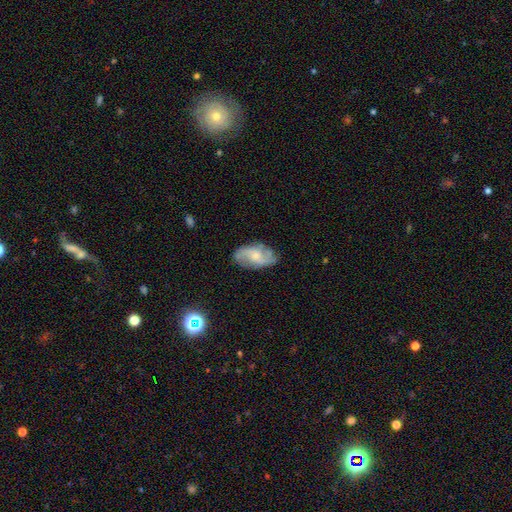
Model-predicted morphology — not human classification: featured or disk 69%, smooth 24%, star or artifact 7%. Down the decision tree: edge-on disk — no (95%); bar — no (60%); spiral arms — yes (90%); spiral arm count — 2 (62%); spiral winding — medium (43%); bulge size — small (50%); merging — none (73%).